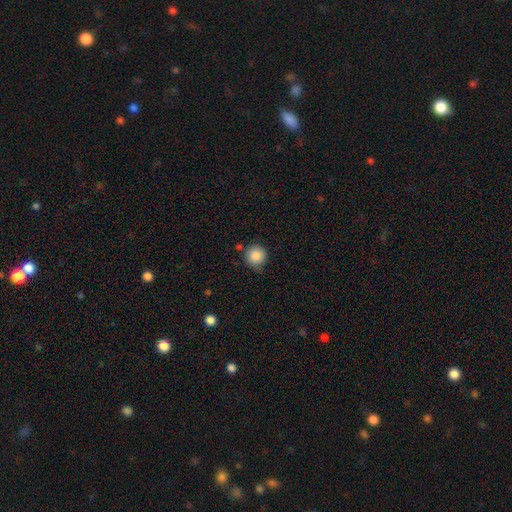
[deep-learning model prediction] A smooth galaxy with no disk features (87%) that is round (94%).

Vote fractions:
- Smooth or featured? smooth: 87% / star or artifact: 9% / featured or disk: 4%
- How rounded? round: 94% / in between: 5% / cigar-shaped: 1%
- Merging? none: 74% / minor disturbance: 19% / major disturbance: 4% / merger: 4%